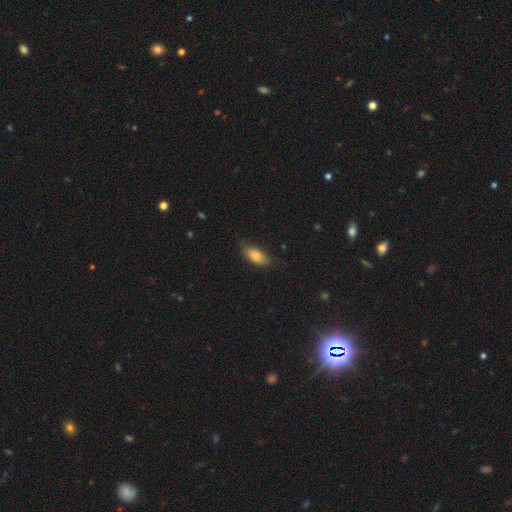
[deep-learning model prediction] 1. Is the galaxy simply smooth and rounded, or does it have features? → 84% smooth, 9% featured or disk, 7% star or artifact.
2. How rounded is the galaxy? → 86% in between, 11% cigar-shaped, 3% round.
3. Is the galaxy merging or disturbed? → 74% none, 20% minor disturbance, 4% major disturbance, 1% merger.